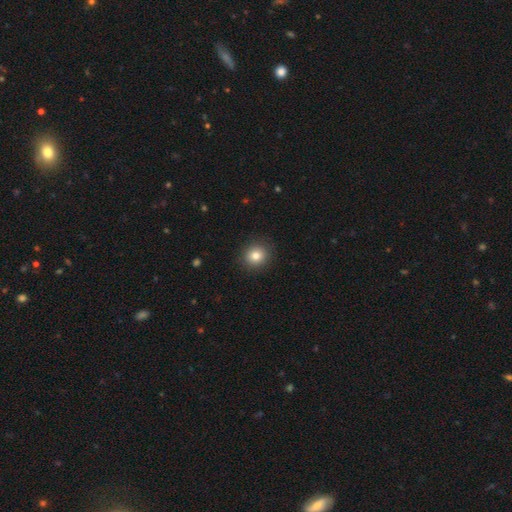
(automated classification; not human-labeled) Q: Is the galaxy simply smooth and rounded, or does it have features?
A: smooth — 83%.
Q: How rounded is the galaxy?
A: round — 87%.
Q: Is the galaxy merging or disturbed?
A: none — 90%.